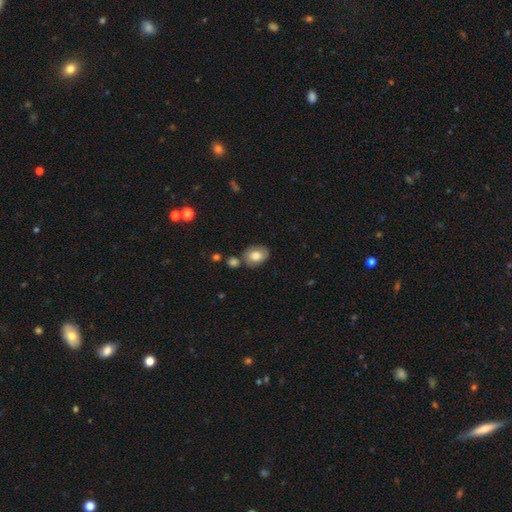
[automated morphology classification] A smooth galaxy with no disk features (70%) that is in between round and cigar-shaped (74%). Merging: none (66%).